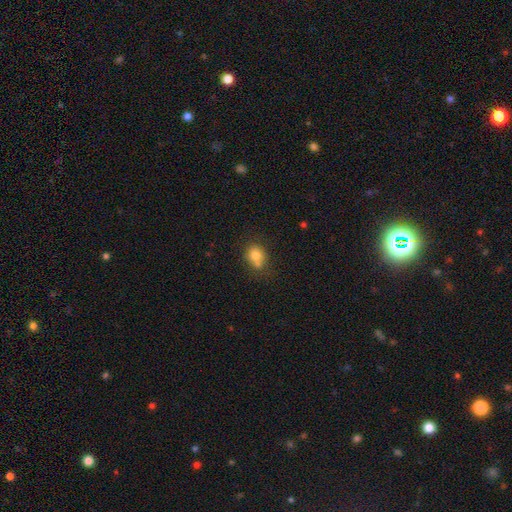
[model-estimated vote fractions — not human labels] Smooth or featured? Predicted: smooth (p=0.77). How rounded? Predicted: round (p=0.61). Merging? Predicted: none (p=0.50).